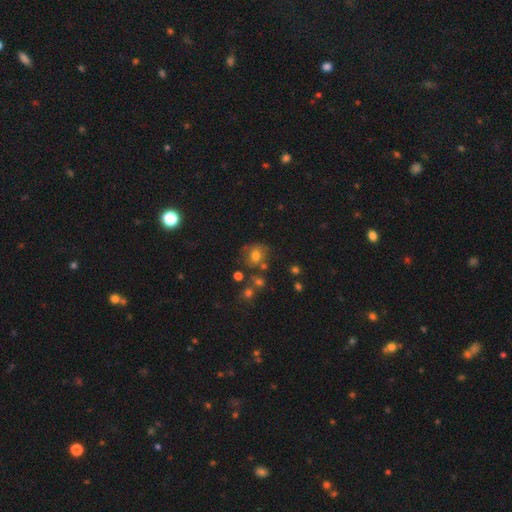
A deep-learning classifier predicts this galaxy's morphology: Smooth or featured? smooth (69%)
How rounded? round (70%)
Merging? none (60%)